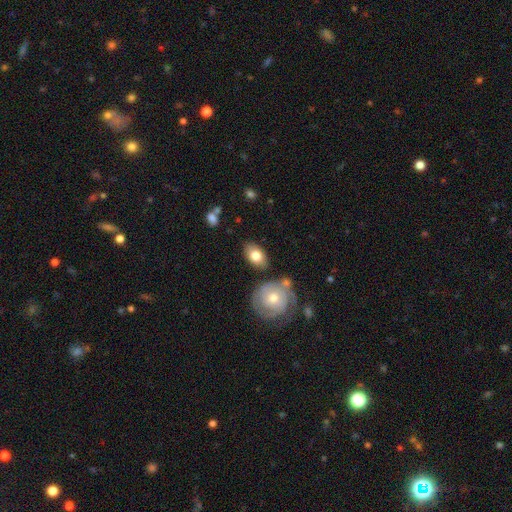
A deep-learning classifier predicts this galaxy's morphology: A smooth galaxy with no disk features (77%) that is in between round and cigar-shaped (85%).

Vote fractions:
- Smooth or featured? smooth: 77% / featured or disk: 18% / star or artifact: 6%
- How rounded? in between: 85% / round: 13% / cigar-shaped: 2%
- Merging? none: 79% / minor disturbance: 12% / merger: 6% / major disturbance: 3%